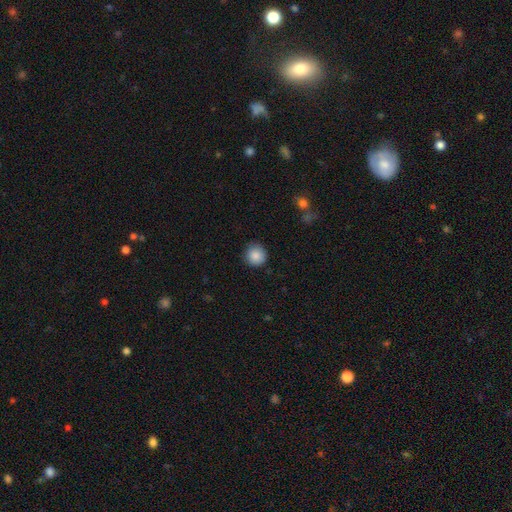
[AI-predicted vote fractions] Smooth or featured?
  - smooth: 88% *
  - star or artifact: 9%
  - featured or disk: 4%
How rounded?
  - round: 94% *
  - in between: 5%
  - cigar-shaped: 1%
Merging?
  - none: 87% *
  - minor disturbance: 10%
  - major disturbance: 2%
  - merger: 1%